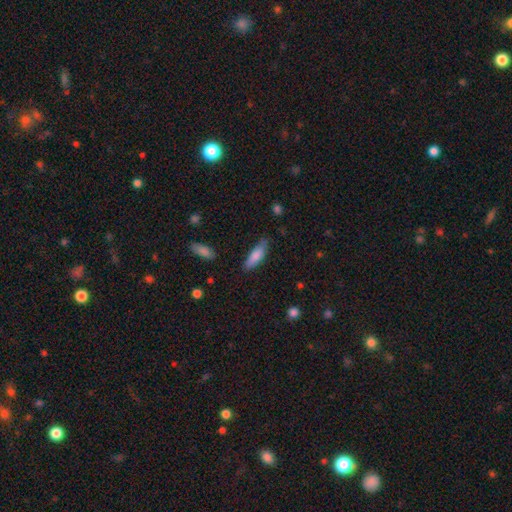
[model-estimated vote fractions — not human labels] smooth-or-featured: smooth: 81% | featured or disk: 13% | star or artifact: 6%
  how-rounded: cigar-shaped: 53% | in between: 45% | round: 2%
  merging: none: 74% | minor disturbance: 21% | major disturbance: 4% | merger: 2%